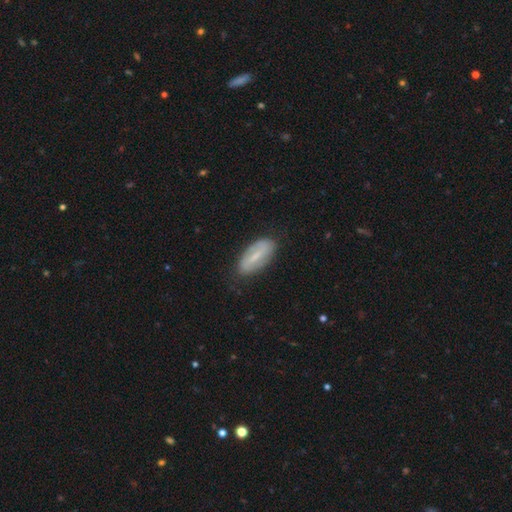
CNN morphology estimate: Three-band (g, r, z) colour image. It shows a featured or disk galaxy (54%). Merging: none (80%).